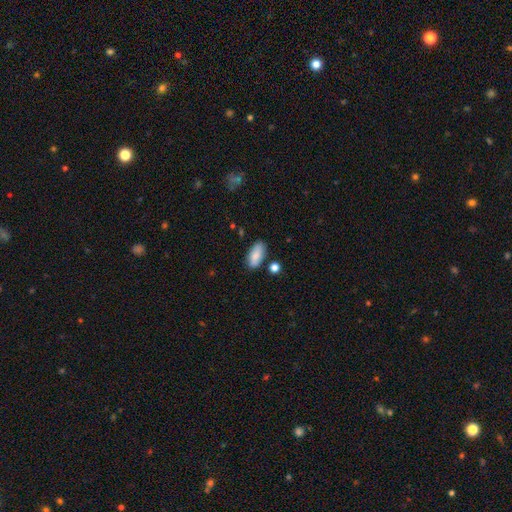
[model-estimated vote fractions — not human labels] Q: Smooth or featured?
A: smooth (85%); runner-up: featured or disk (8%)
Q: How rounded?
A: in between (90%); runner-up: cigar-shaped (7%)
Q: Merging?
A: none (80%); runner-up: minor disturbance (13%)